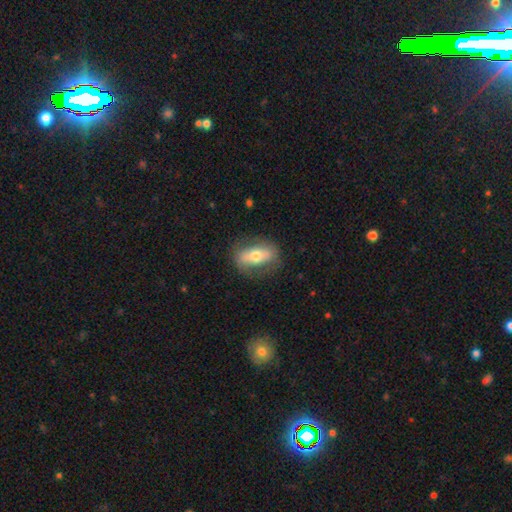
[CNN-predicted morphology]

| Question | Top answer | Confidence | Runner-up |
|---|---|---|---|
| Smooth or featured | smooth | 51% | featured or disk (43%) |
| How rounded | in between | 79% | cigar-shaped (12%) |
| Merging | none | 77% | minor disturbance (15%) |